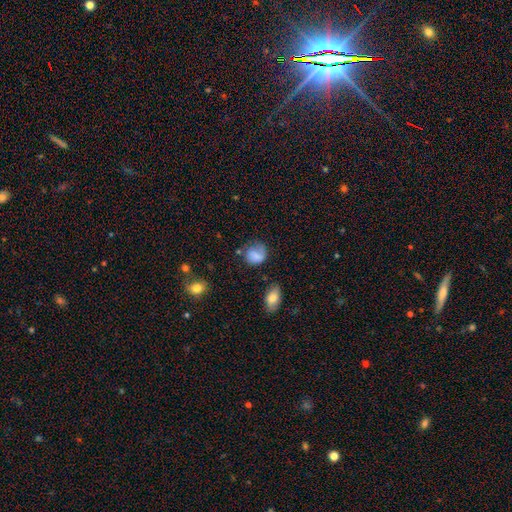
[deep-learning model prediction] Smooth or featured? Predicted: smooth (p=0.75). How rounded? Predicted: round (p=0.67). Merging? Predicted: none (p=0.52).